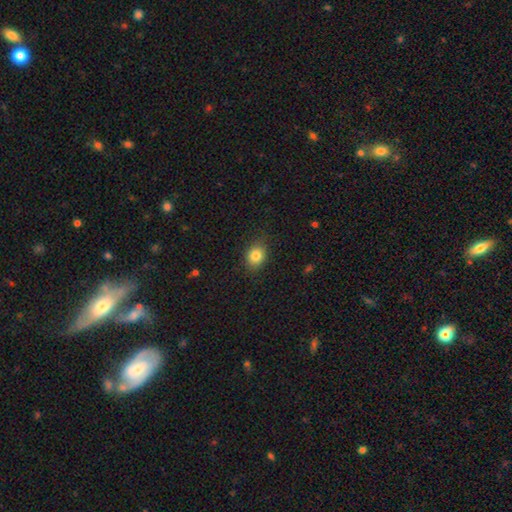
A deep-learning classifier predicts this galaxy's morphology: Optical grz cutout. It shows a smooth galaxy with no disk features (82%) that is in between round and cigar-shaped (50%). Merging: none (82%).